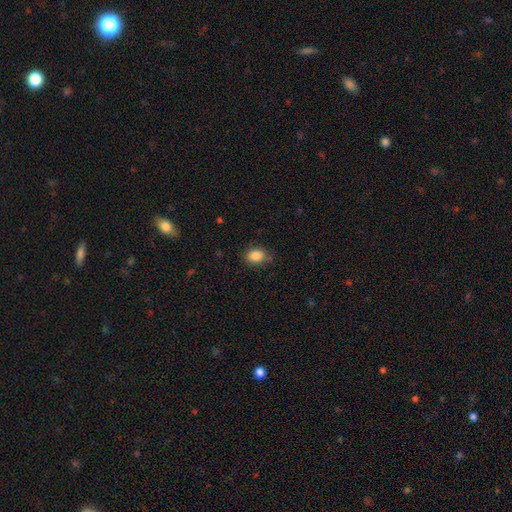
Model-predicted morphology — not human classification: This appears to be a smooth galaxy with no disk features (86%) that is in between round and cigar-shaped (66%). Merging: none (76%).